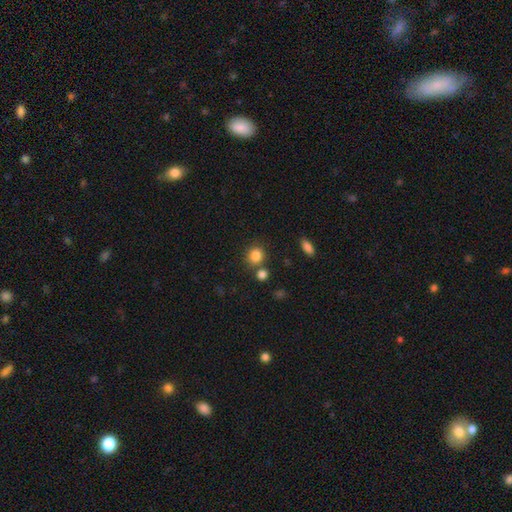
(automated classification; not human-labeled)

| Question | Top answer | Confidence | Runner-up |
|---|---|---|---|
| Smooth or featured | smooth | 84% | star or artifact (11%) |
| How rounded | round | 81% | in between (18%) |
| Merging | none | 73% | merger (15%) |